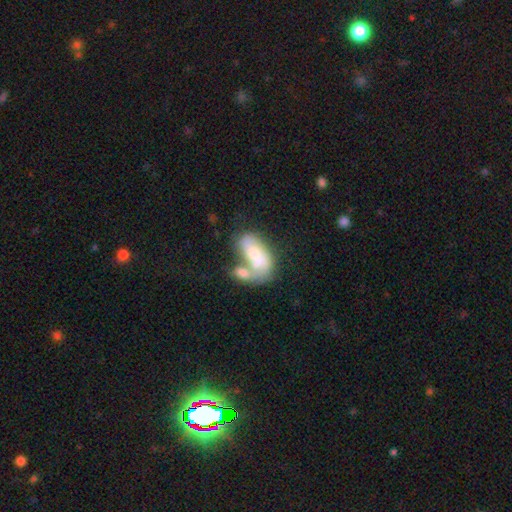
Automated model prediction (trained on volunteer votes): smooth_or_featured: smooth (p=0.53) [alt: featured or disk p=0.40]
how_rounded: in between (p=0.91) [alt: round p=0.05]
merging: merger (p=0.58) [alt: none p=0.16]